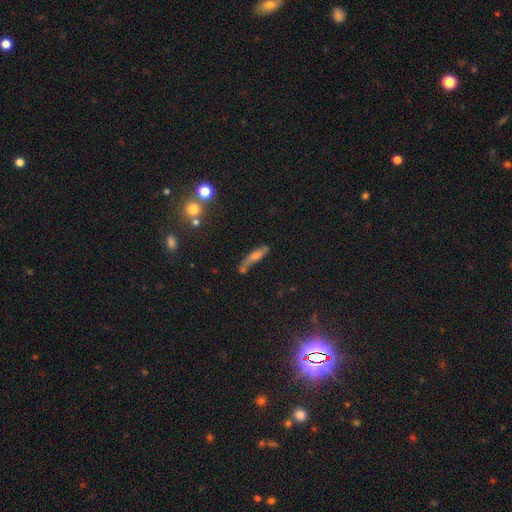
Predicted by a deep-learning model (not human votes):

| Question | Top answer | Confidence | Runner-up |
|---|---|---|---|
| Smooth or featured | smooth | 46% | featured or disk (40%) |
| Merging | none | 60% | minor disturbance (21%) |